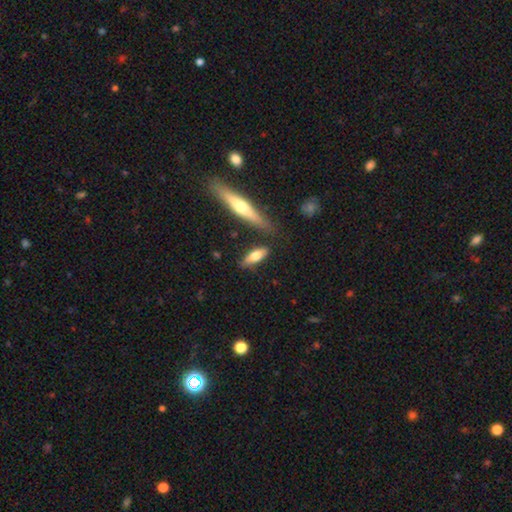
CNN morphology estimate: A smooth galaxy with no disk features (65%) that is in between round and cigar-shaped (51%).

Vote fractions:
- Smooth or featured? smooth: 65% / featured or disk: 29% / star or artifact: 6%
- How rounded? in between: 51% / cigar-shaped: 46% / round: 3%
- Merging? none: 75% / minor disturbance: 14% / merger: 7% / major disturbance: 4%